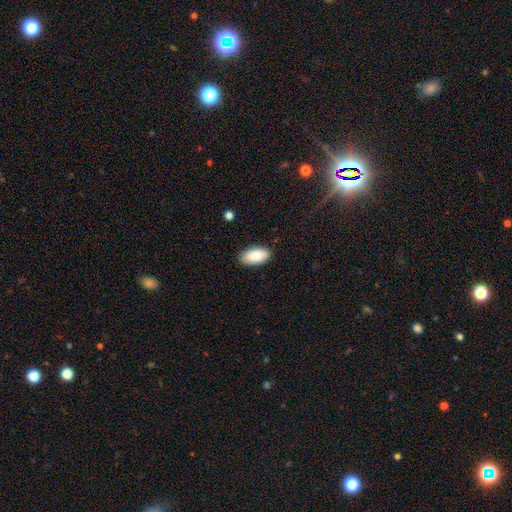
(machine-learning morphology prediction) type=smooth (90%); roundness=in between (95%); merging=none (87%).